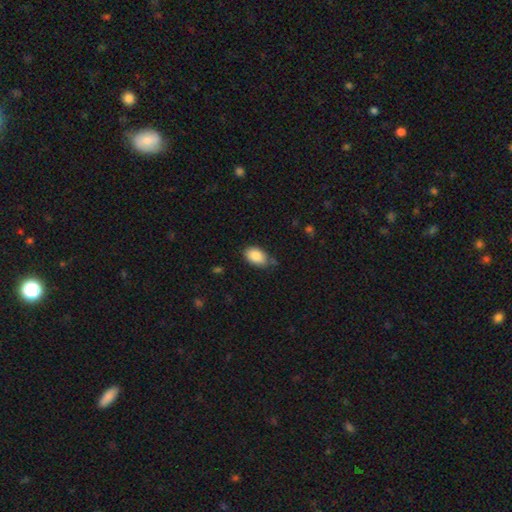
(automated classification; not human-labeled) smooth-or-featured: smooth: 86% | star or artifact: 7% | featured or disk: 7%
  how-rounded: in between: 90% | round: 8% | cigar-shaped: 1%
  merging: none: 66% | minor disturbance: 27% | major disturbance: 4% | merger: 3%